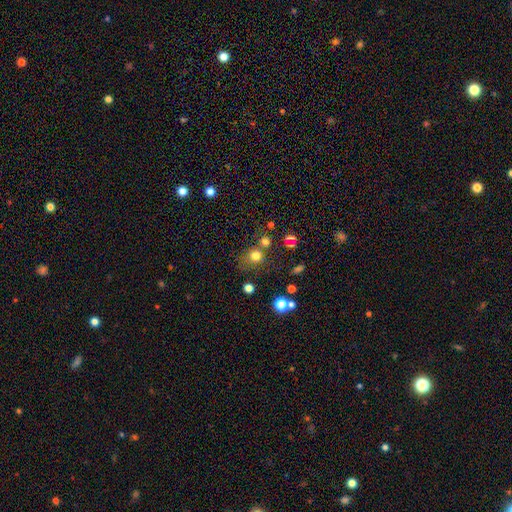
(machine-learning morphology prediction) This is likely a smooth galaxy (74%). How rounded: clearly round (81%). Merging: possibly none (56%).